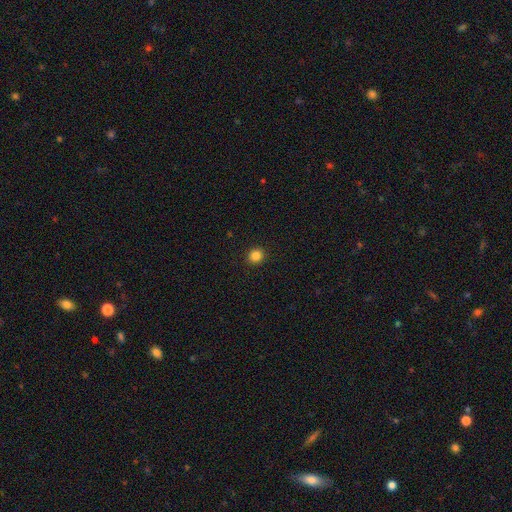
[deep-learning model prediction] A smooth galaxy with no disk features (85%) that is round (88%). Merging: none (92%).